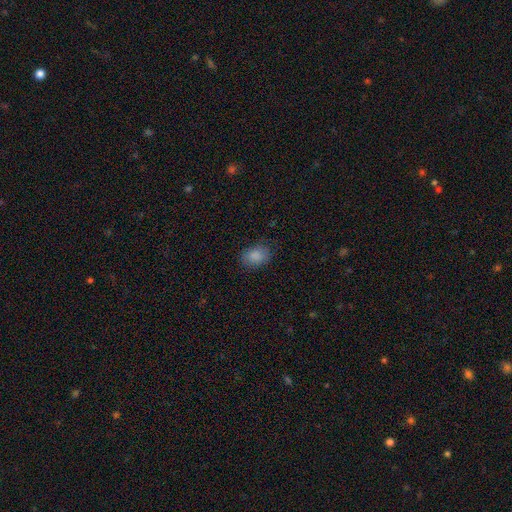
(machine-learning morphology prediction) Smooth or featured?
  - smooth: 86% *
  - star or artifact: 9%
  - featured or disk: 5%
How rounded?
  - in between: 74% *
  - round: 25%
  - cigar-shaped: 1%
Merging?
  - none: 80% *
  - minor disturbance: 15%
  - major disturbance: 4%
  - merger: 1%